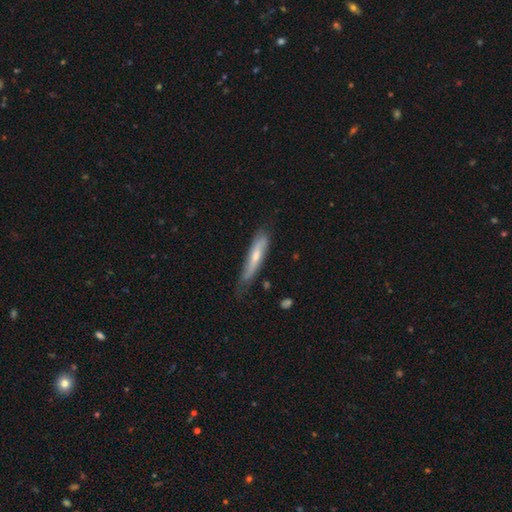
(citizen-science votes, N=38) This is possibly a featured or disk galaxy (53%). It is likely viewed edge-on (75%). Edge-on bulge: possibly rounded (53%). Merging: likely none (61%).